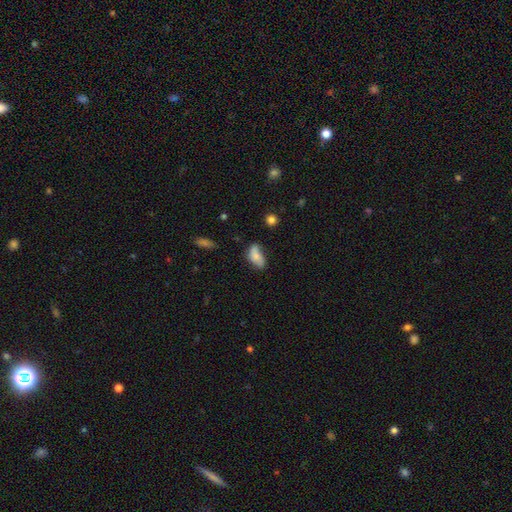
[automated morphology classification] This appears to be a smooth galaxy with no disk features (67%) that is in between round and cigar-shaped (88%). Merging: none (49%).